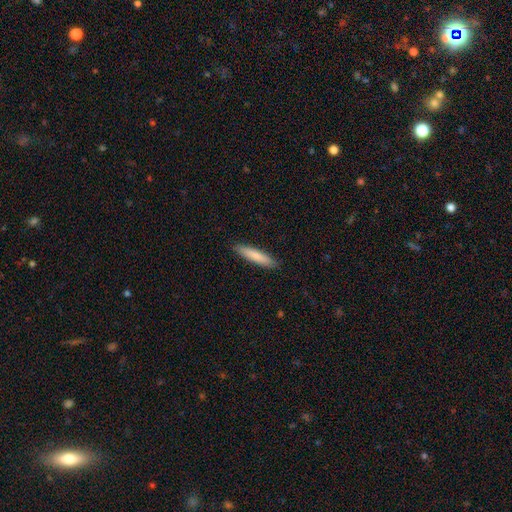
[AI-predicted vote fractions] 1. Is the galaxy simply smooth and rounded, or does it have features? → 82% smooth, 13% featured or disk, 5% star or artifact.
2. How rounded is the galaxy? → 85% cigar-shaped, 14% in between, 1% round.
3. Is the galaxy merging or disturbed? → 90% none, 8% minor disturbance, 2% major disturbance, 1% merger.